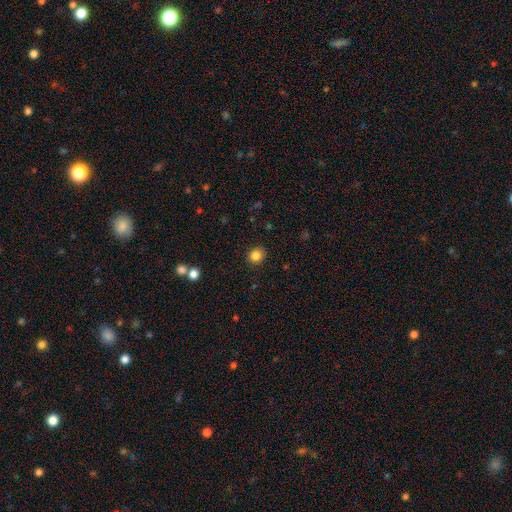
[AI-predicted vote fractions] Smooth or featured: smooth — 84% (star or artifact — 11%)
How rounded: round — 82% (in between — 18%)
Merging: none — 90% (minor disturbance — 7%)